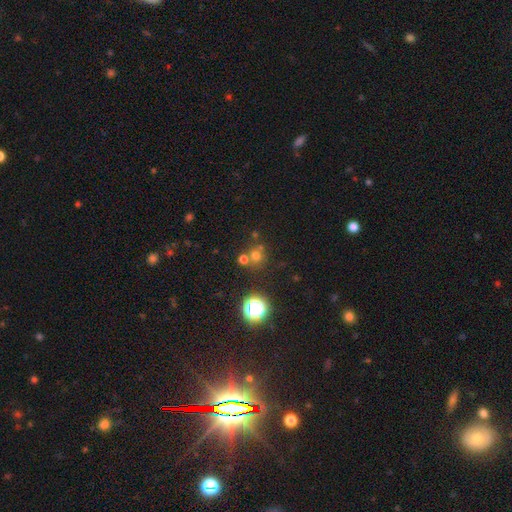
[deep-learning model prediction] Smooth or featured? smooth (59%)
How rounded? round (88%)
Merging? none (63%)